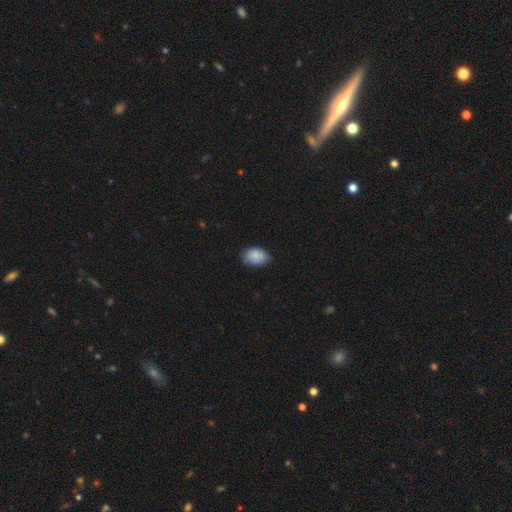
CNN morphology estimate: smooth-or-featured: smooth: 86% | featured or disk: 7% | star or artifact: 7%
  how-rounded: in between: 80% | round: 19% | cigar-shaped: 1%
  merging: none: 72% | minor disturbance: 24% | major disturbance: 3% | merger: 1%